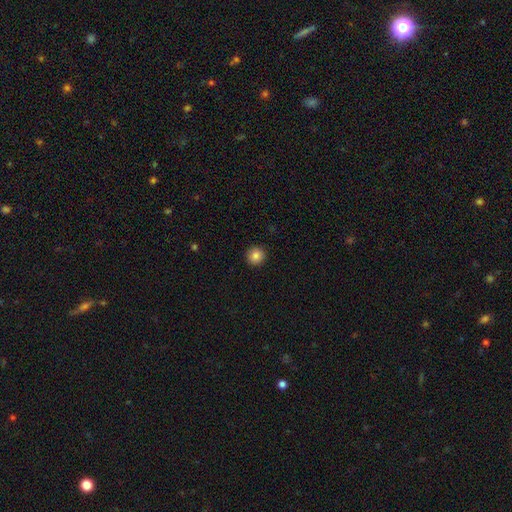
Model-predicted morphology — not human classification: This appears to be a smooth galaxy with no disk features (85%) that is round (95%). Merging: none (93%).